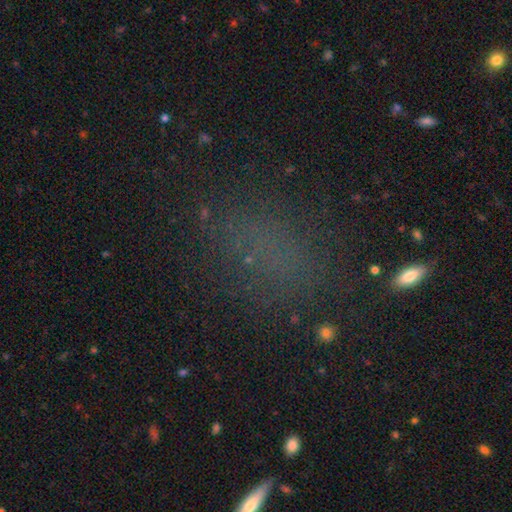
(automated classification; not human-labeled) A smooth galaxy with no disk features (49%).

Vote fractions:
- Smooth or featured? smooth: 49% / star or artifact: 36% / featured or disk: 15%
- Merging? none: 70% / minor disturbance: 16% / major disturbance: 11% / merger: 3%